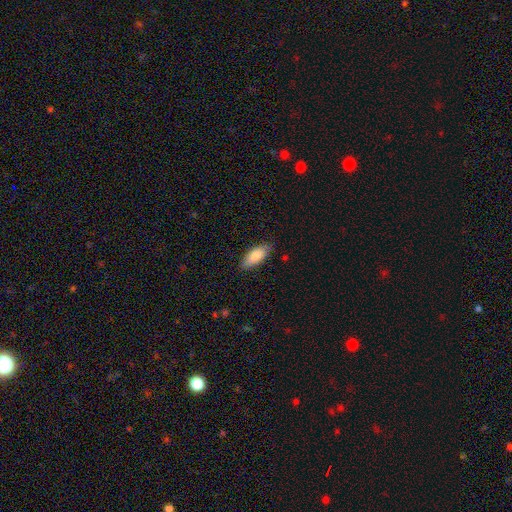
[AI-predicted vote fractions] smooth_or_featured: smooth (p=0.85) [alt: featured or disk p=0.09]
how_rounded: in between (p=0.82) [alt: cigar-shaped p=0.17]
merging: none (p=0.79) [alt: minor disturbance p=0.17]